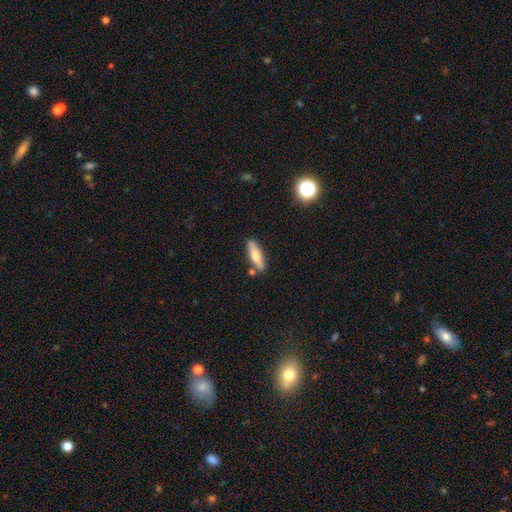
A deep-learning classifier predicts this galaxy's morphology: type=smooth (60%); roundness=cigar-shaped (68%); merging=none (81%).